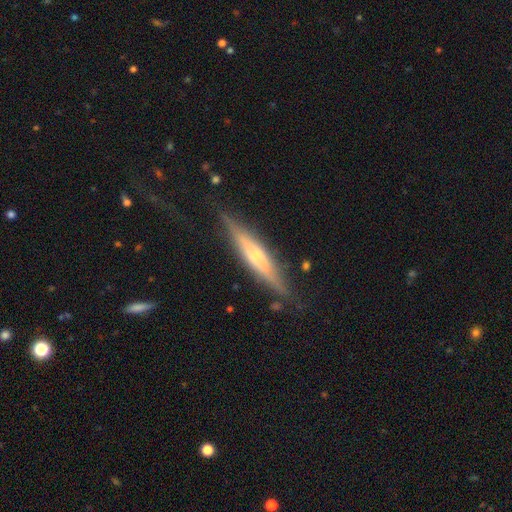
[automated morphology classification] smooth_or_featured: featured or disk (p=0.65) [alt: smooth p=0.29]
disk_edge_on: yes (p=0.94) [alt: no p=0.06]
edge_on_bulge: rounded (p=0.71) [alt: none p=0.17]
merging: none (p=0.81) [alt: minor disturbance p=0.14]